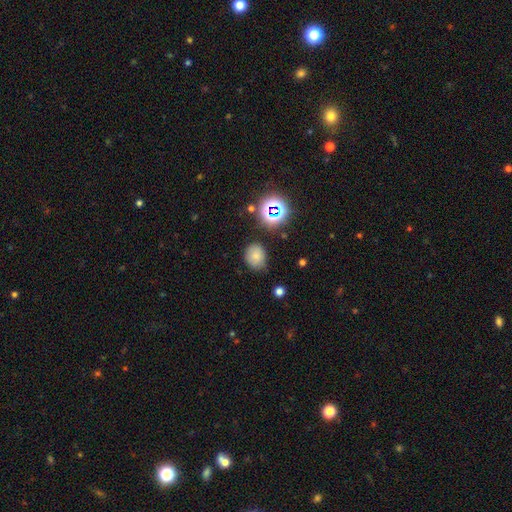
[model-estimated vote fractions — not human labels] Smooth or featured? Predicted: smooth (p=0.72). How rounded? Predicted: round (p=0.56). Merging? Predicted: none (p=0.75).